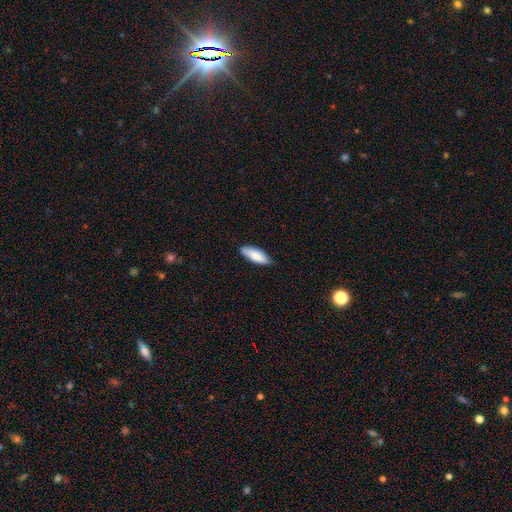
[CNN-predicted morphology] This is clearly a smooth galaxy (84%). How rounded: likely in between (68%). Merging: clearly none (84%).